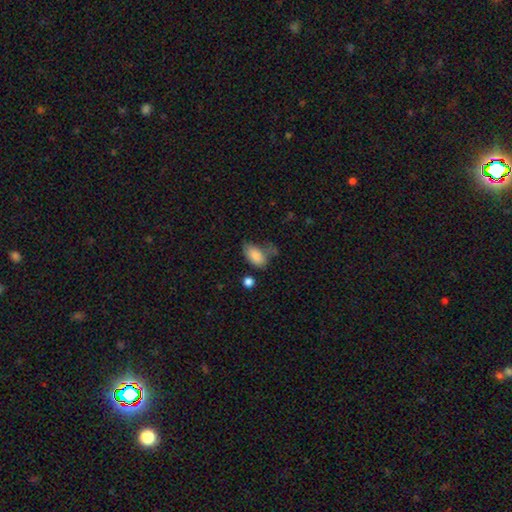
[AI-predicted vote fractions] Smooth or featured: smooth — 84% (star or artifact — 8%)
How rounded: in between — 91% (round — 6%)
Merging: none — 44% (minor disturbance — 32%)